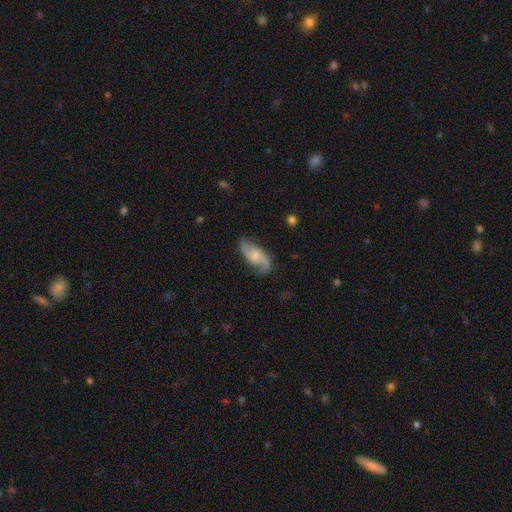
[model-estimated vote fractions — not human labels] Smooth or featured: featured or disk — 76% (smooth — 18%)
Edge-on disk: no — 95% (yes — 5%)
Bar: no — 55% (weak — 37%)
Spiral arms: yes — 94% (no — 6%)
Spiral winding: loose — 64% (medium — 28%)
Spiral arm count: 2 — 89% (can't tell — 4%)
Bulge size: moderate — 39% (small — 38%)
Merging: none — 69% (minor disturbance — 20%)